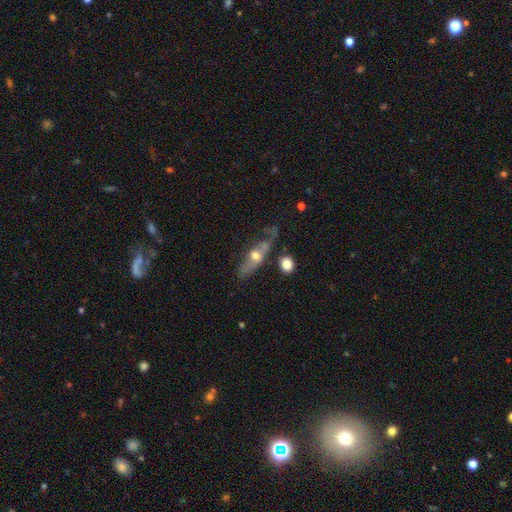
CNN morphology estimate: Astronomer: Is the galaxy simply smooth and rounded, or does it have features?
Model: featured or disk — 48% (runner-up: smooth, 44%).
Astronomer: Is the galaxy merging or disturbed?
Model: none — 37% (runner-up: major disturbance, 25%).